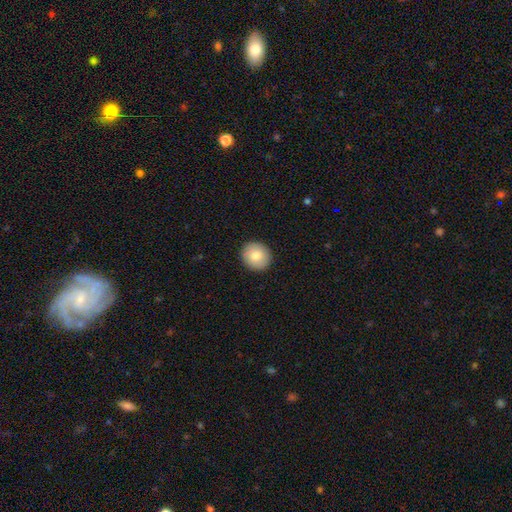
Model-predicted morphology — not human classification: Smooth or featured? smooth (80%)
How rounded? round (88%)
Merging? none (91%)